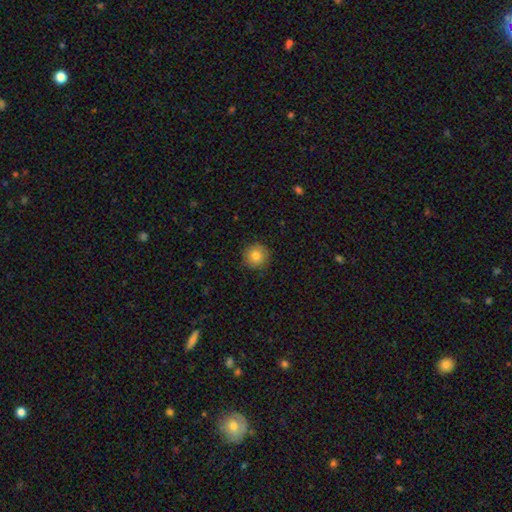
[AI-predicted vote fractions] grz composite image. It shows a smooth galaxy with no disk features (82%) that is round (94%). Merging: none (86%).